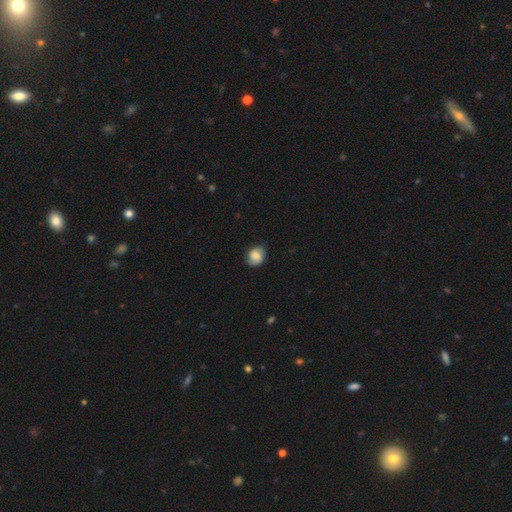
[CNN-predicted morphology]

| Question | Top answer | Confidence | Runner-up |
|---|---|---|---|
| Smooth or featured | smooth | 64% | featured or disk (27%) |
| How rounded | round | 60% | in between (39%) |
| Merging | none | 77% | minor disturbance (18%) |